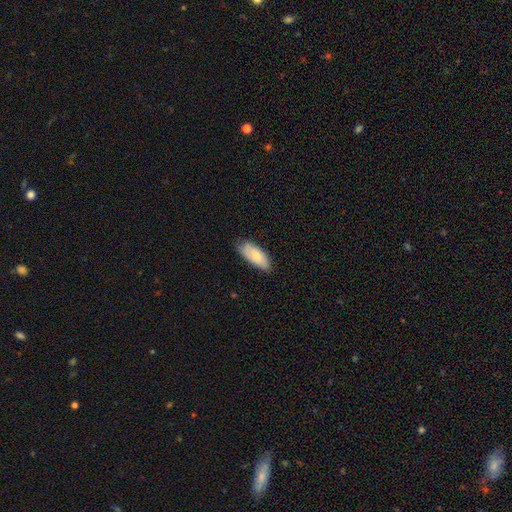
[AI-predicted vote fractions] Overall: smooth (78%). How rounded: in between (82%). Merging: none (74%).